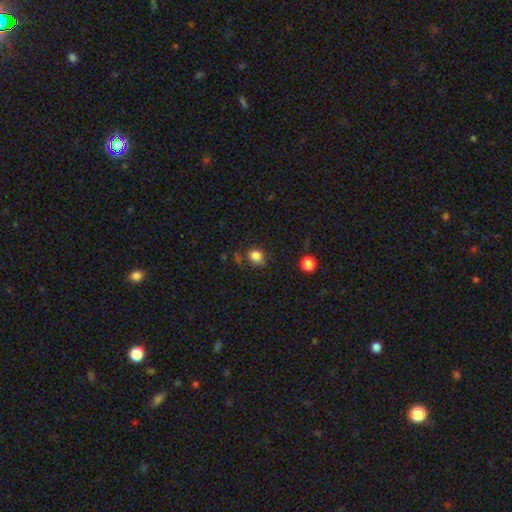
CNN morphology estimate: Overall: smooth (83%). How rounded: round (63%; in between 36%). Merging: none (73%).